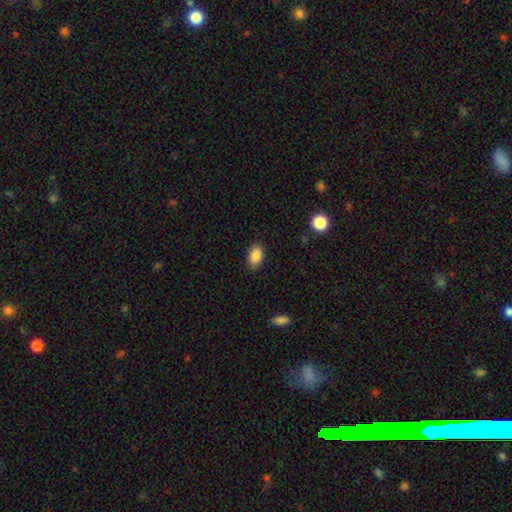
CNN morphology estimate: Smooth or featured? Predicted: smooth (p=0.87). How rounded? Predicted: in between (p=0.89). Merging? Predicted: none (p=0.87).